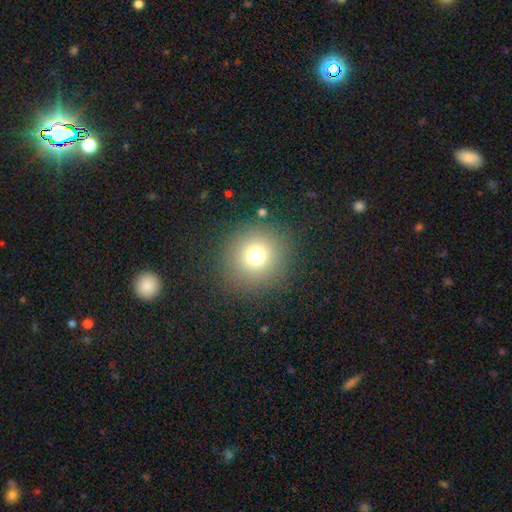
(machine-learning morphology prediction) Smooth or featured?
  - smooth: 71% *
  - star or artifact: 18%
  - featured or disk: 11%
How rounded?
  - round: 93% *
  - in between: 6%
  - cigar-shaped: 1%
Merging?
  - none: 88% *
  - minor disturbance: 7%
  - major disturbance: 4%
  - merger: 2%